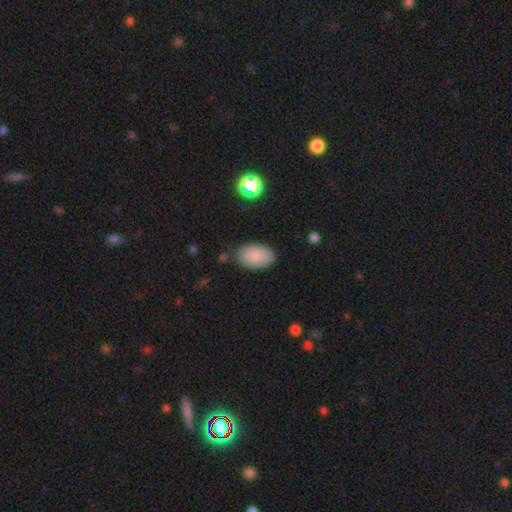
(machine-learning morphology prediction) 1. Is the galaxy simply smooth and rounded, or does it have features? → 87% smooth, 8% star or artifact, 6% featured or disk.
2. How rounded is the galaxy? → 94% in between, 5% round, 1% cigar-shaped.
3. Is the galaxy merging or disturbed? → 82% none, 13% minor disturbance, 3% major disturbance, 2% merger.